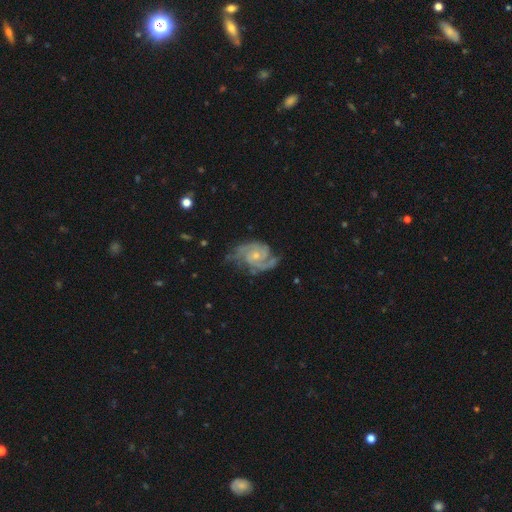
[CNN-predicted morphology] Overall: featured or disk (90%). Edge-on disk: no (98%). Bar: no (69%). Spiral arms: yes (98%). Spiral arm count: 2 (67%). Spiral winding: medium (46%; tight 43%). Bulge size: small (63%; moderate 32%). Merging: none (65%).